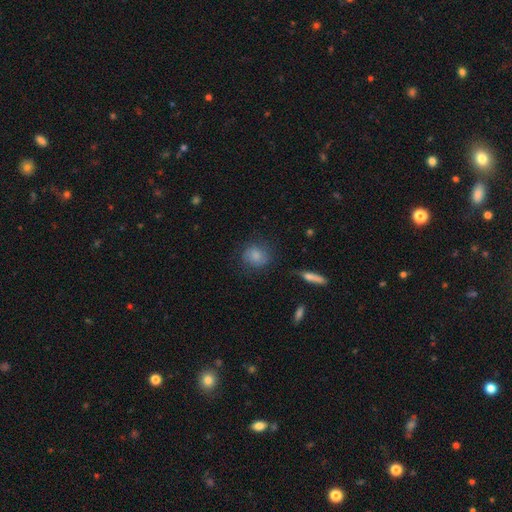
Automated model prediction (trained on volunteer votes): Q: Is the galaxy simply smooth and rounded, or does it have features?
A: smooth — 76%.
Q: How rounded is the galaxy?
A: round — 80%.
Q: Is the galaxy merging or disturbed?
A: none — 75%.